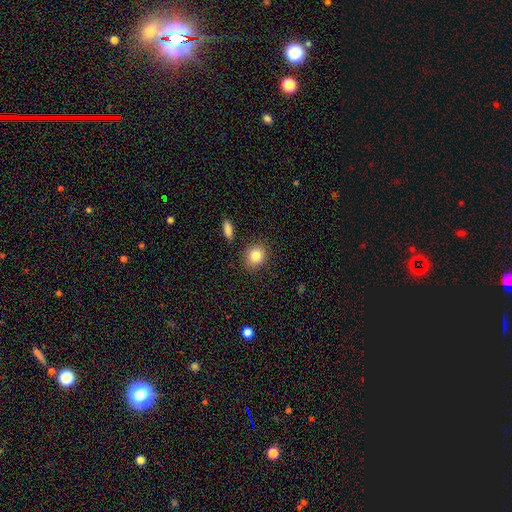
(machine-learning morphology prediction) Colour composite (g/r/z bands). It shows a smooth galaxy with no disk features (84%) that is round (73%). Merging: none (86%).